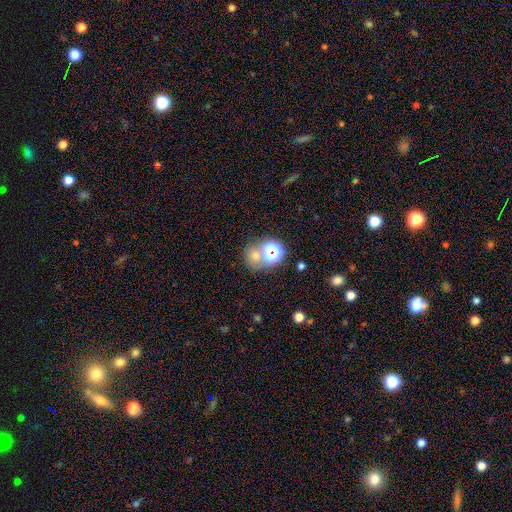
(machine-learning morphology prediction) smooth_or_featured: smooth (p=0.51) [alt: star or artifact p=0.40]
how_rounded: round (p=0.75) [alt: in between p=0.23]
merging: none (p=0.60) [alt: merger p=0.25]